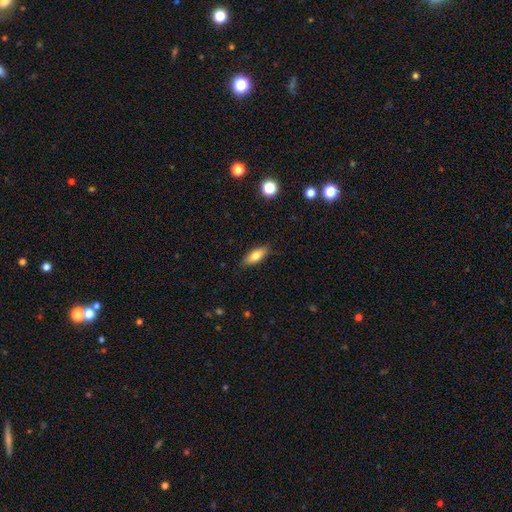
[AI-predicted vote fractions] smooth_or_featured: smooth (p=0.75) [alt: featured or disk p=0.18]
how_rounded: in between (p=0.73) [alt: cigar-shaped p=0.24]
merging: none (p=0.88) [alt: minor disturbance p=0.09]